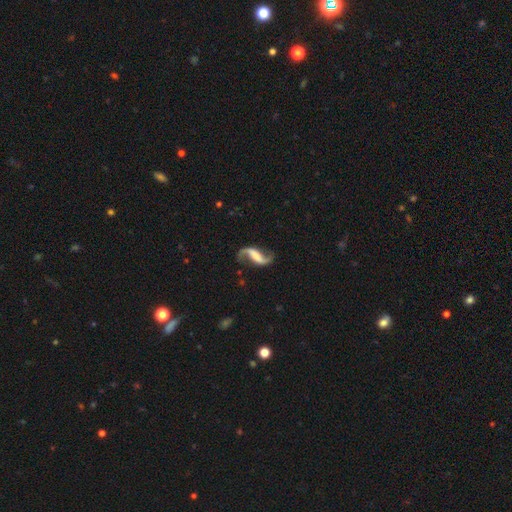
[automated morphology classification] type=featured or disk (89%); edge-on=no (97%); bar=strong (40%); spiral arms=yes (97%); winding=loose (82%); arm count=2 (94%); bulge=none (47%); merging=none (77%).